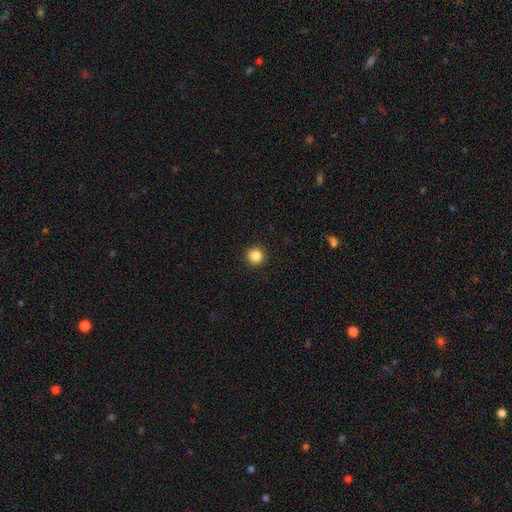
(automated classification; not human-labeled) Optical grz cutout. It shows a smooth galaxy with no disk features (86%) that is round (95%). Merging: none (93%).